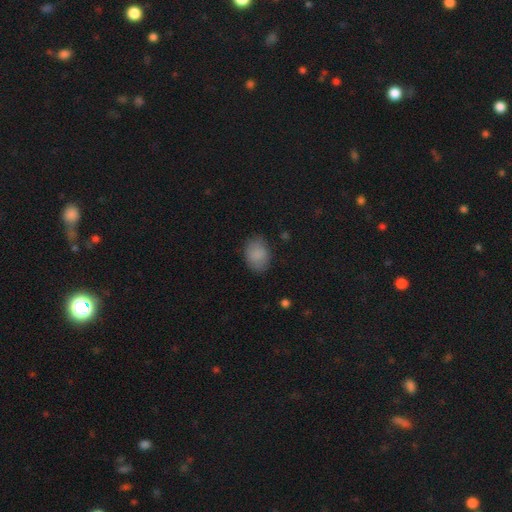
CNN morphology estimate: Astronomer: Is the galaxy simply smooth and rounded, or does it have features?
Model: smooth — 86%.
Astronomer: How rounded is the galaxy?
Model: in between — 67%.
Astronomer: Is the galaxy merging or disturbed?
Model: none — 78%.